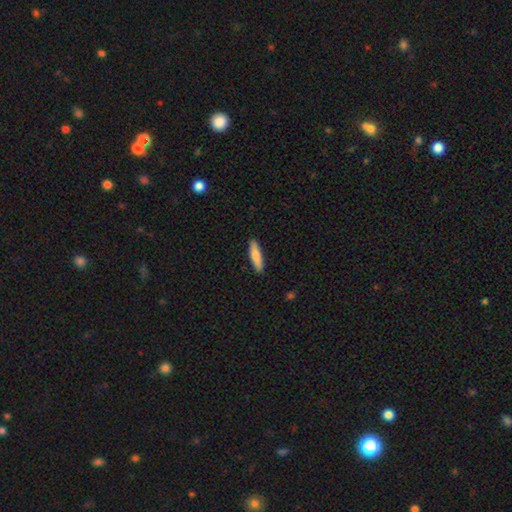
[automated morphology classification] Q: Smooth or featured?
A: smooth (79%); runner-up: featured or disk (16%)
Q: How rounded?
A: cigar-shaped (75%); runner-up: in between (23%)
Q: Merging?
A: none (90%); runner-up: minor disturbance (7%)